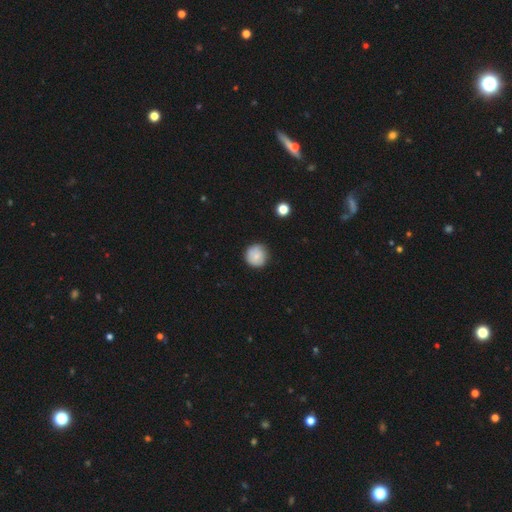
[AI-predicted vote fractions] Overall: smooth (81%). How rounded: round (95%). Merging: none (86%).